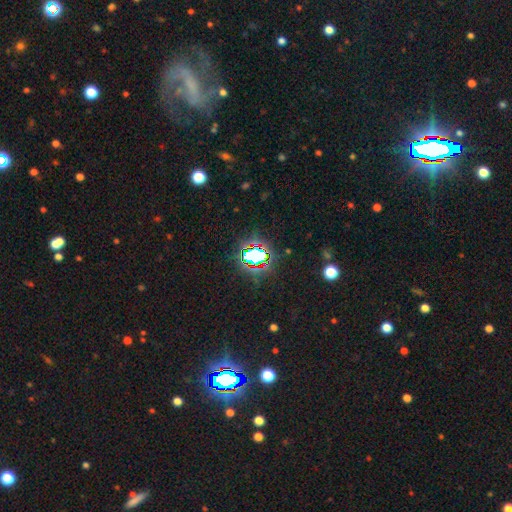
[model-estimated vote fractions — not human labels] Smooth or featured? star or artifact (69%)